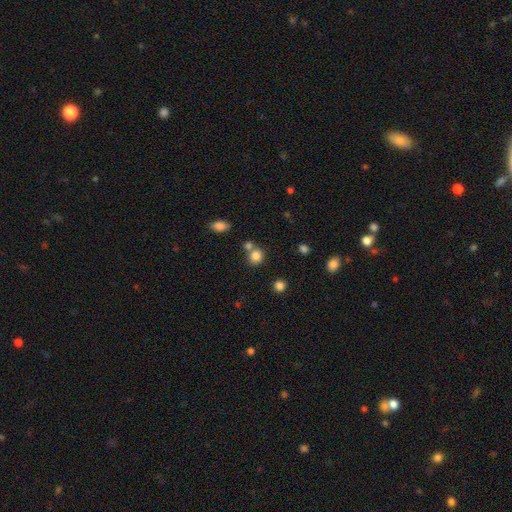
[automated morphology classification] This is clearly a smooth galaxy (82%). How rounded: clearly round (81%). Merging: likely none (61%).